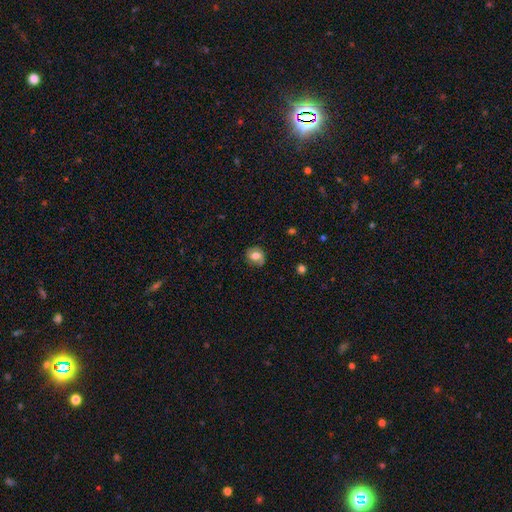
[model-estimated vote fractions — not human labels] This is likely a smooth galaxy (62%). How rounded: likely round (70%). Merging: likely none (77%).